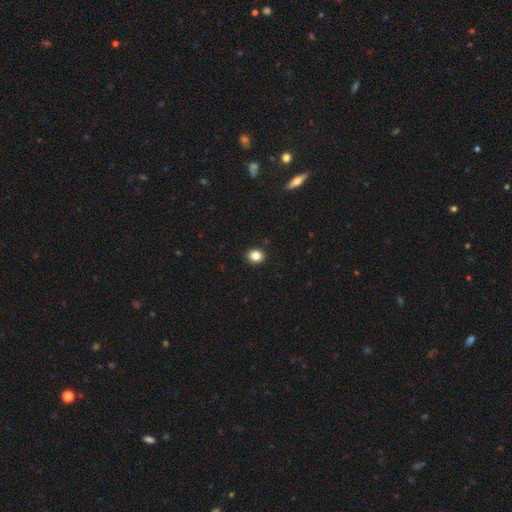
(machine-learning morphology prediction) A smooth galaxy with no disk features (84%) that is round (71%). Merging: none (91%).